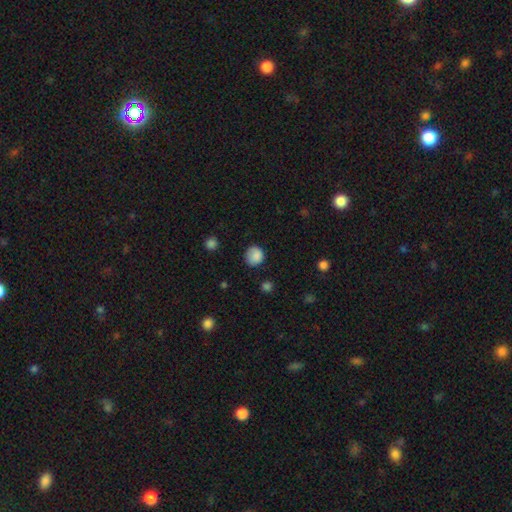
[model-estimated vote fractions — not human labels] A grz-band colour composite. It shows a smooth galaxy with no disk features (86%) that is round (79%). Merging: none (72%).